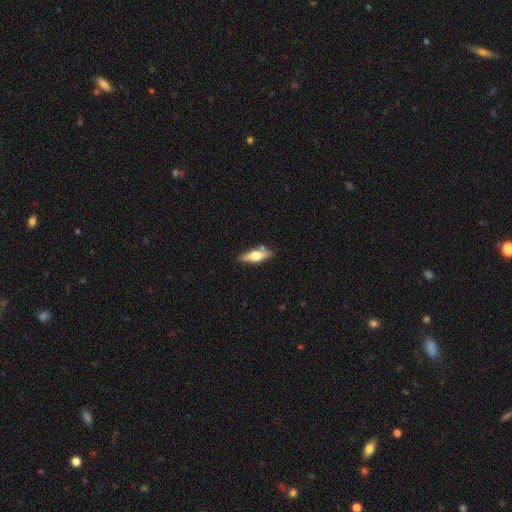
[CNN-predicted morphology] A featured or disk galaxy (50%) viewed edge-on (89%).

Vote fractions:
- Smooth or featured? featured or disk: 50% / smooth: 44% / star or artifact: 6%
- Edge-on disk? yes: 89% / no: 11%
- Merging? none: 76% / minor disturbance: 14% / merger: 7% / major disturbance: 3%